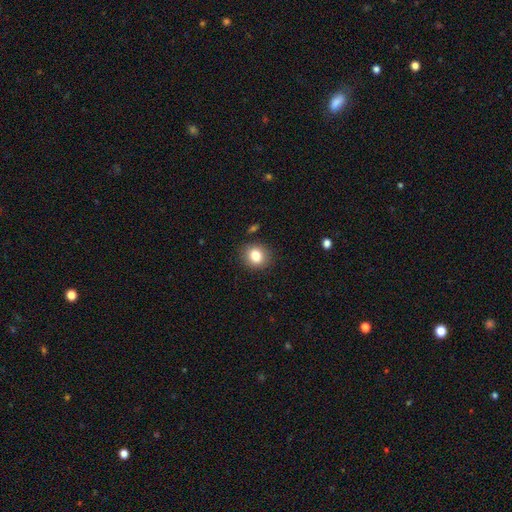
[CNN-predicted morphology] smooth_or_featured: smooth (p=0.82) [alt: star or artifact p=0.10]
how_rounded: round (p=0.75) [alt: in between p=0.24]
merging: none (p=0.87) [alt: minor disturbance p=0.08]